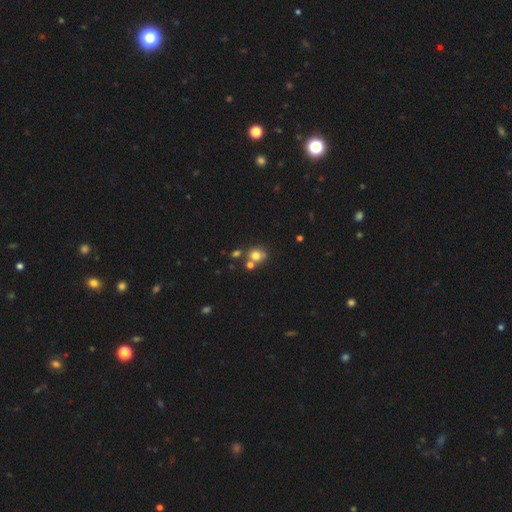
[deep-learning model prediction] smooth 72%, star or artifact 15%, featured or disk 13%. Down the decision tree: how rounded — round (74%); merging — none (49%).